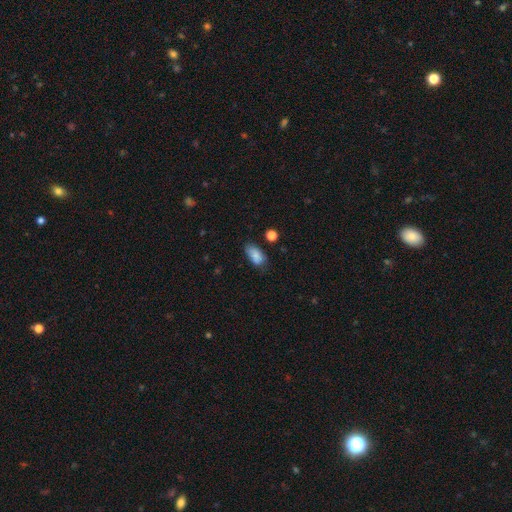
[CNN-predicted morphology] The model was most divided on "merging": none: 57%, minor disturbance: 32%, major disturbance: 8%, merger: 3%. More confident: how rounded — in between (90%); smooth or featured — smooth (84%).